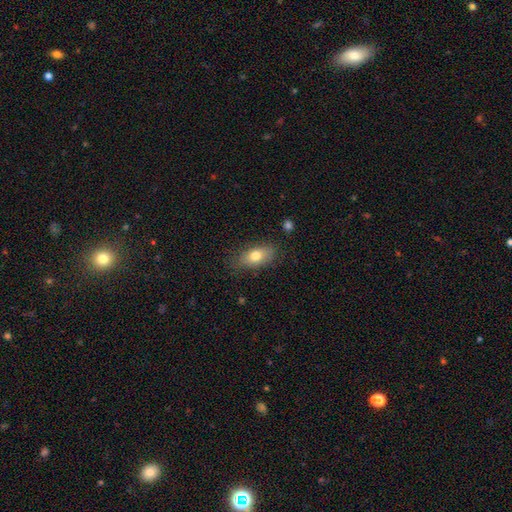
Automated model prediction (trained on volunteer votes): smooth 75%, featured or disk 18%, star or artifact 7%. Down the decision tree: how rounded — in between (87%); merging — none (78%).